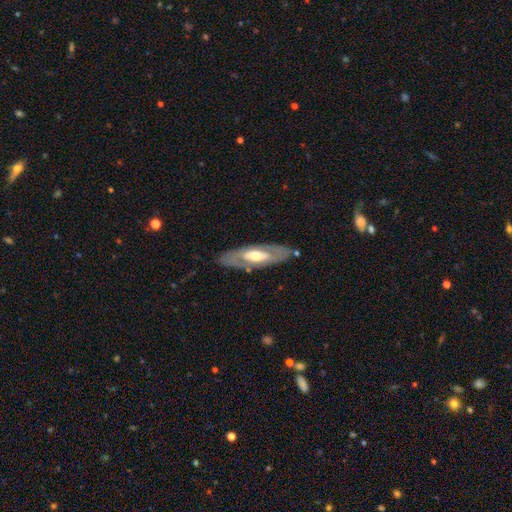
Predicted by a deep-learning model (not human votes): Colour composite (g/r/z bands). It shows a featured or disk galaxy (65%). Merging: none (80%).